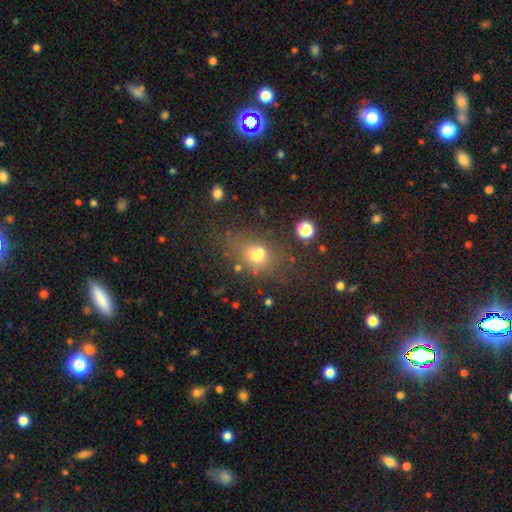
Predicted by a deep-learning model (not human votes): A smooth galaxy with no disk features (58%) that is in between round and cigar-shaped (56%).

Vote fractions:
- Smooth or featured? smooth: 58% / featured or disk: 22% / star or artifact: 20%
- How rounded? in between: 56% / round: 42% / cigar-shaped: 3%
- Merging? none: 44% / merger: 32% / minor disturbance: 14% / major disturbance: 10%